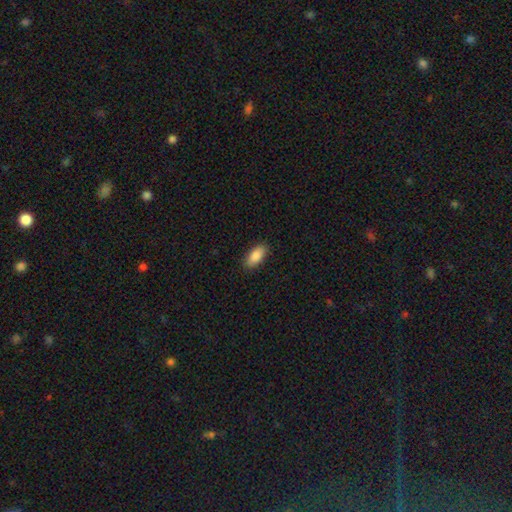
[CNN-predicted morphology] A smooth galaxy with no disk features (88%) that is in between round and cigar-shaped (87%).

Vote fractions:
- Smooth or featured? smooth: 88% / featured or disk: 6% / star or artifact: 6%
- How rounded? in between: 87% / cigar-shaped: 11% / round: 2%
- Merging? none: 88% / minor disturbance: 9% / major disturbance: 2% / merger: 1%